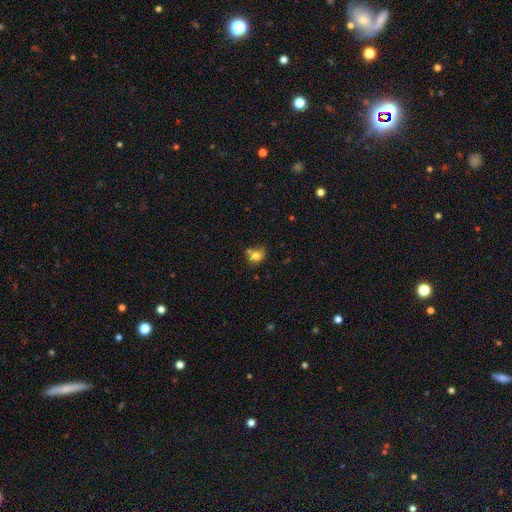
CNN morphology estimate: smooth_or_featured: smooth (p=0.76) [alt: featured or disk p=0.12]
how_rounded: round (p=0.64) [alt: in between p=0.35]
merging: none (p=0.52) [alt: merger p=0.24]